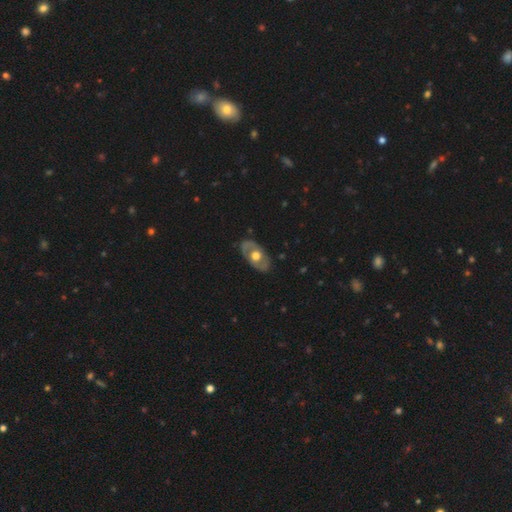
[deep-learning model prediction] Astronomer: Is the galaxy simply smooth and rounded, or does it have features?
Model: featured or disk — 60%.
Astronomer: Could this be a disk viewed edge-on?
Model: no — 88%.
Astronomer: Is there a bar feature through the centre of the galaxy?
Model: no — 84%.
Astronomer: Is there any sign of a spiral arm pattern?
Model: no — 72%.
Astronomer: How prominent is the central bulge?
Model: moderate — 59% (runner-up: large, 36%).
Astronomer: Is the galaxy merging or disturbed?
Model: none — 81%.